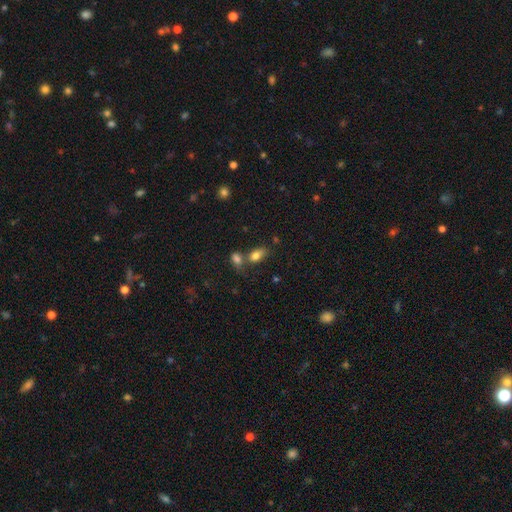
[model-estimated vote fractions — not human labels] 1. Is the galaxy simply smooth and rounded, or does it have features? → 80% smooth, 10% star or artifact, 10% featured or disk.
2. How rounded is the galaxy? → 87% in between, 9% round, 4% cigar-shaped.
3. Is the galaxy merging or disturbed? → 44% none, 40% merger, 12% minor disturbance, 5% major disturbance.